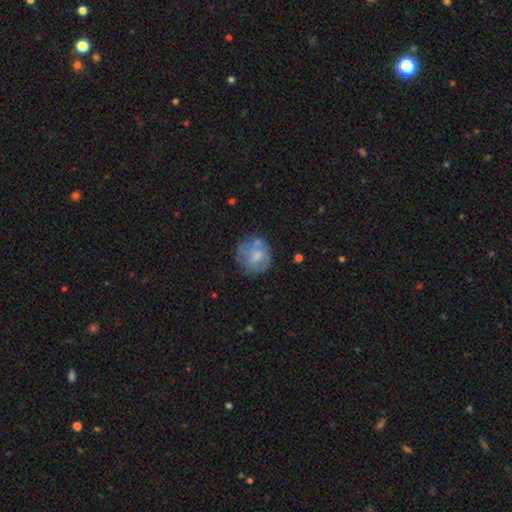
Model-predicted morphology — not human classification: Smooth or featured? Predicted: smooth (p=0.53). How rounded? Predicted: round (p=0.84). Merging? Predicted: none (p=0.58).